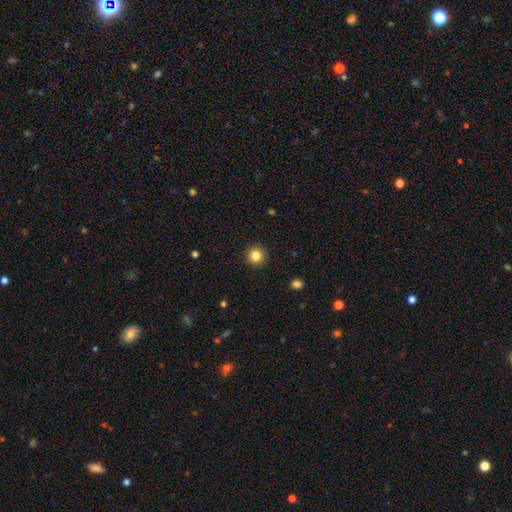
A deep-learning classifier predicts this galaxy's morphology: type=smooth (84%); roundness=round (96%); merging=none (93%).